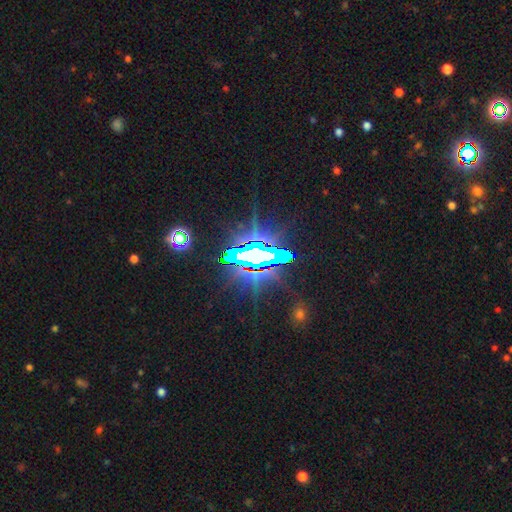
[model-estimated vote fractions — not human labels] Smooth or featured: star or artifact — 73% (featured or disk — 16%)